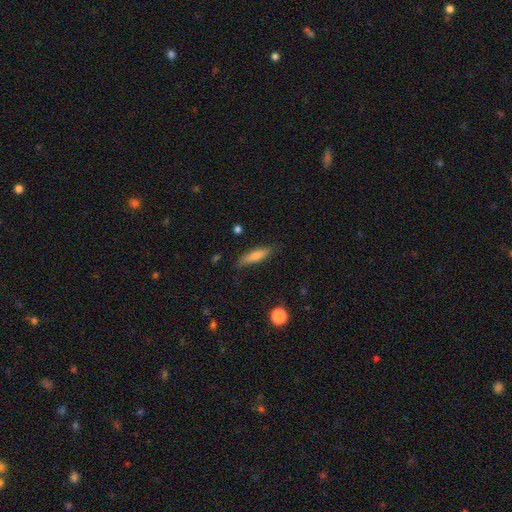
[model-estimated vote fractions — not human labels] This is likely a smooth galaxy (77%). How rounded: likely cigar-shaped (71%). Merging: clearly none (81%).